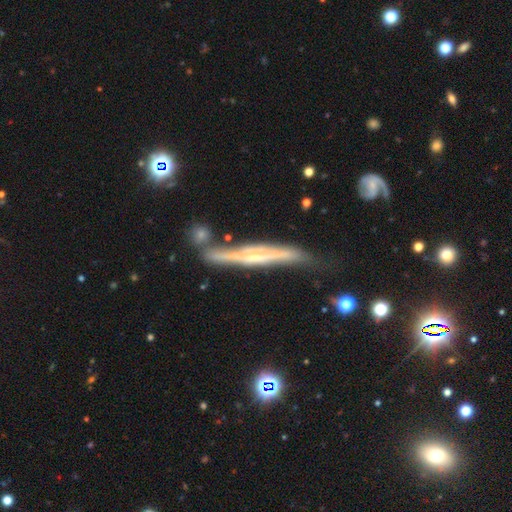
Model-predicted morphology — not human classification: featured or disk 73%, smooth 20%, star or artifact 7%. Down the decision tree: edge-on disk — yes (92%); edge-on bulge — rounded (48%); merging — none (59%).